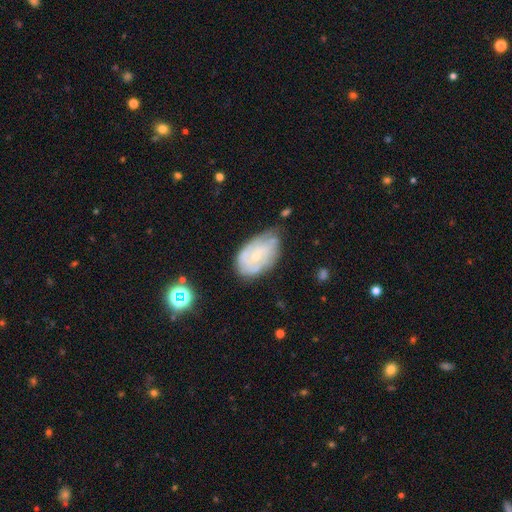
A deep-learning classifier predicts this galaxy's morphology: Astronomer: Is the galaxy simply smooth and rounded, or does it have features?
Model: featured or disk — 64%.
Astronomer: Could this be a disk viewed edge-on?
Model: no — 96%.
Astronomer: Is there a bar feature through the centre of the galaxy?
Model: no — 71%.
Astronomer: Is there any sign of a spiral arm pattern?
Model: yes — 71%.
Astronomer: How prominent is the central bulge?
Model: small — 64%.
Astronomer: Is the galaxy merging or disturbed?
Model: none — 45% (runner-up: minor disturbance, 39%).